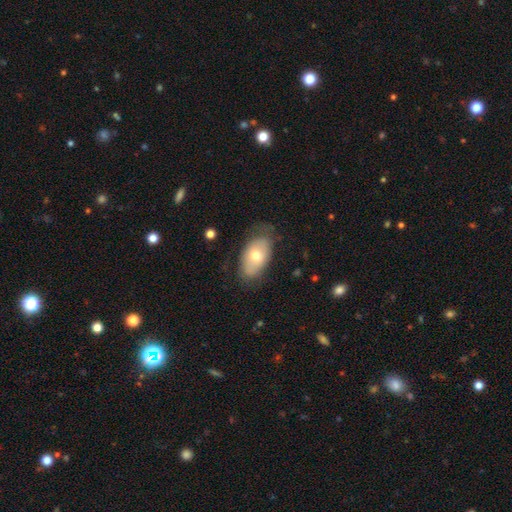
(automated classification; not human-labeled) This is likely a smooth galaxy (63%). How rounded: clearly in between (92%). Merging: likely none (67%).